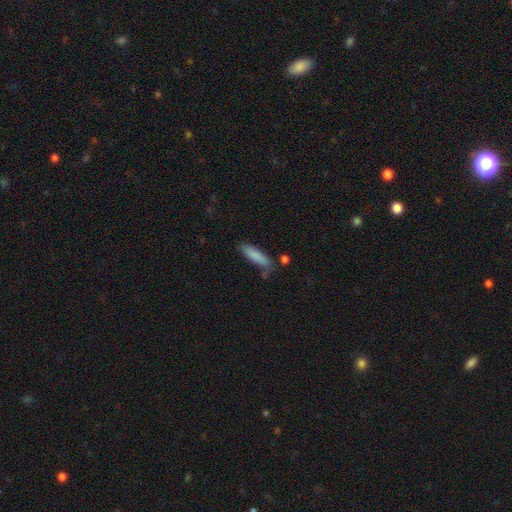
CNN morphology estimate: type=smooth (84%); roundness=cigar-shaped (67%); merging=none (69%).